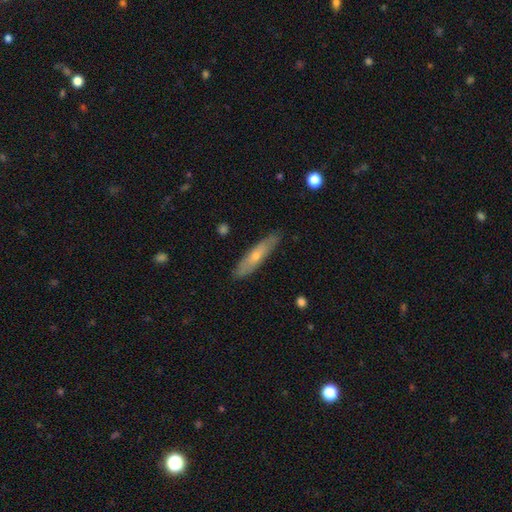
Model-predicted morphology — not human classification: Smooth or featured? Predicted: smooth (p=0.51). How rounded? Predicted: cigar-shaped (p=0.82). Merging? Predicted: none (p=0.84).